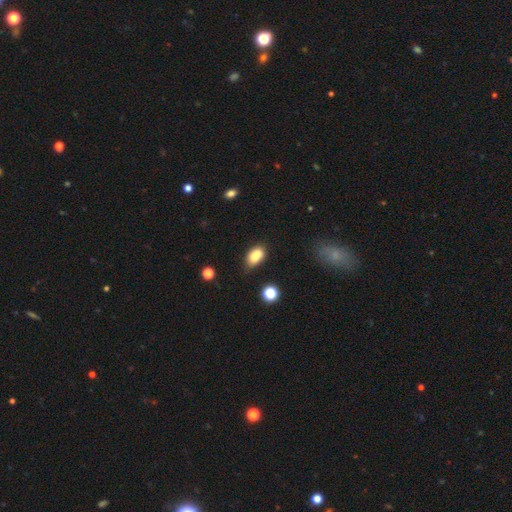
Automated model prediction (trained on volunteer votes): smooth 78%, featured or disk 12%, star or artifact 10%. Down the decision tree: how rounded — in between (85%); merging — none (48%).